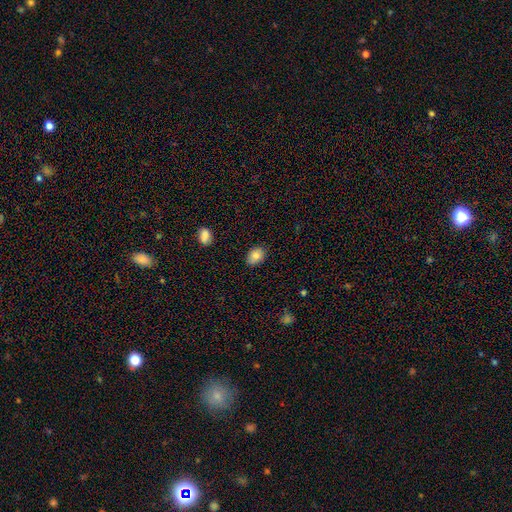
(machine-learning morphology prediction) Q: Smooth or featured?
A: smooth (82%); runner-up: featured or disk (10%)
Q: How rounded?
A: in between (72%); runner-up: round (27%)
Q: Merging?
A: none (85%); runner-up: minor disturbance (12%)